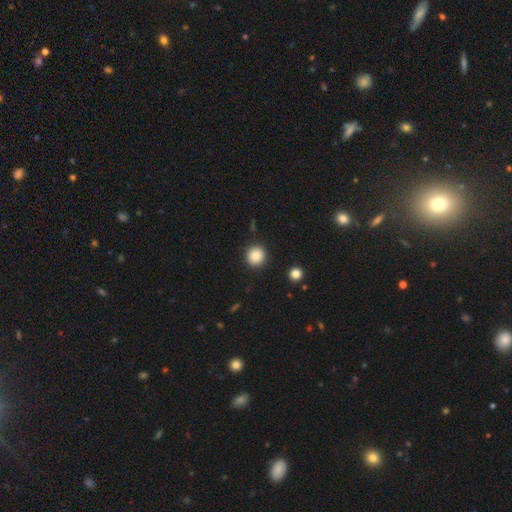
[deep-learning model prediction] This is clearly a smooth galaxy (84%). How rounded: clearly round (94%). Merging: clearly none (92%).